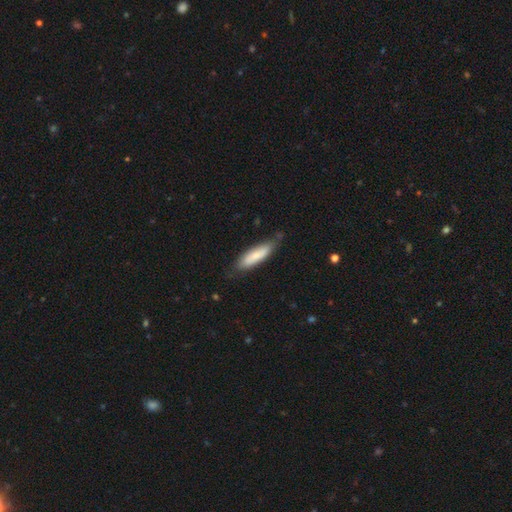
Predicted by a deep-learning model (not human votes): smooth_or_featured: smooth (p=0.74) [alt: featured or disk p=0.20]
how_rounded: cigar-shaped (p=0.60) [alt: in between p=0.38]
merging: none (p=0.72) [alt: minor disturbance p=0.22]